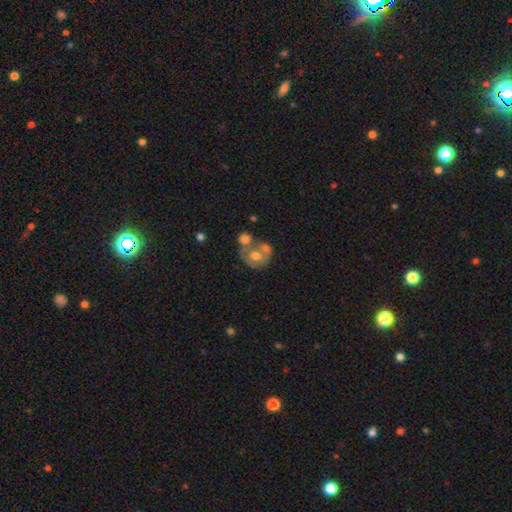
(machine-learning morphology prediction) Smooth or featured? Predicted: smooth (p=0.48). Merging? Predicted: merger (p=0.50).